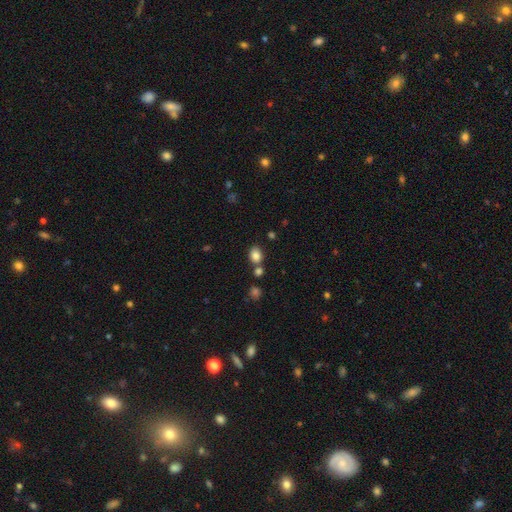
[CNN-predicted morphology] Smooth or featured? smooth (83%)
How rounded? in between (56%)
Merging? none (68%)